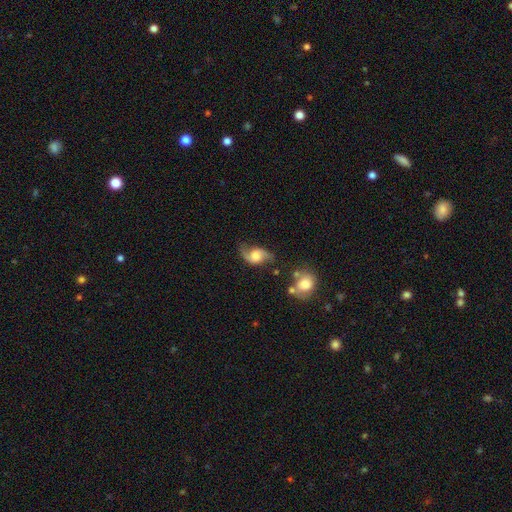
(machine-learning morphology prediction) This appears to be a featured or disk galaxy (75%) with no bar (61%), 2 (89%) loose (70%) spiral arms (94%) and a moderate central bulge (43%). Merging: none (62%).